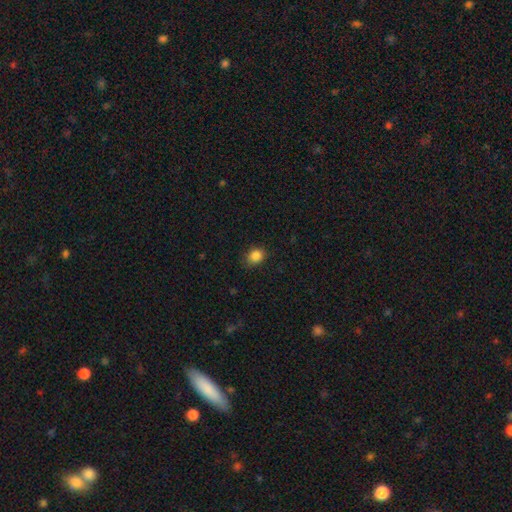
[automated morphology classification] Overall: smooth (86%). How rounded: round (56%; in between 44%). Merging: none (81%).